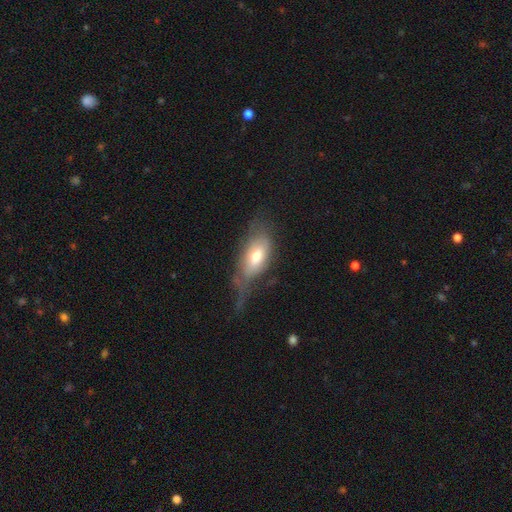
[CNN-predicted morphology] The model was most divided on "merging": major disturbance: 37%, none: 30%, minor disturbance: 29%, merger: 3%. More confident: how rounded — in between (86%); smooth or featured — smooth (58%).